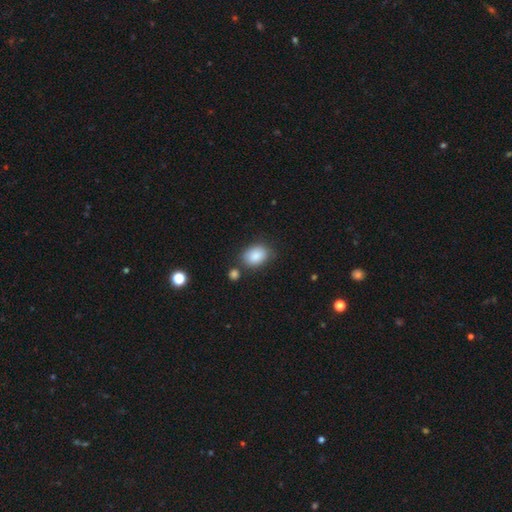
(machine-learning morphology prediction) Smooth or featured: smooth — 87% (star or artifact — 7%)
How rounded: in between — 79% (round — 20%)
Merging: none — 71% (minor disturbance — 16%)